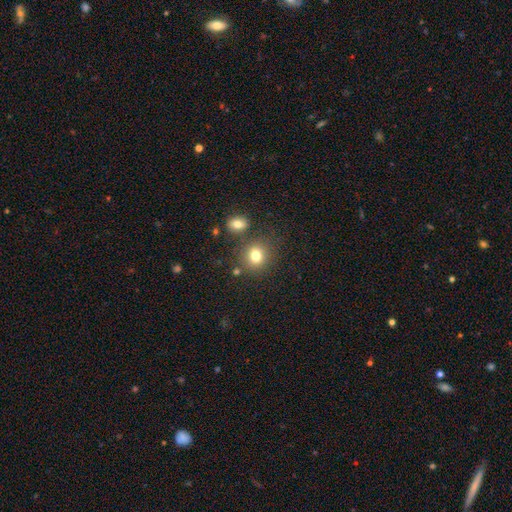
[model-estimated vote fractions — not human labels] smooth-or-featured: smooth: 79% | star or artifact: 13% | featured or disk: 8%
  how-rounded: round: 80% | in between: 19% | cigar-shaped: 1%
  merging: none: 76% | minor disturbance: 10% | merger: 10% | major disturbance: 4%